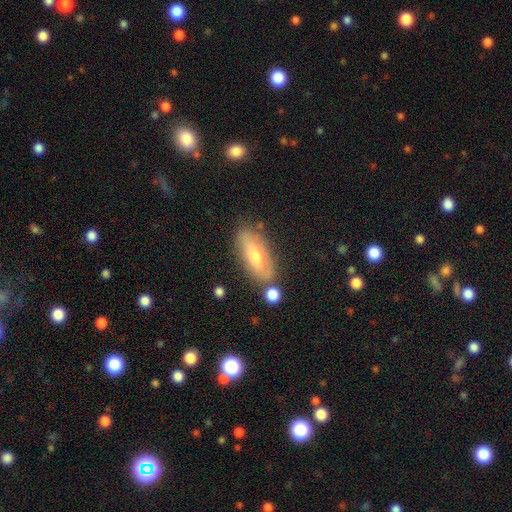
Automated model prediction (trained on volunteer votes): A smooth galaxy with no disk features (56%) that is in between round and cigar-shaped (75%). Merging: none (73%).